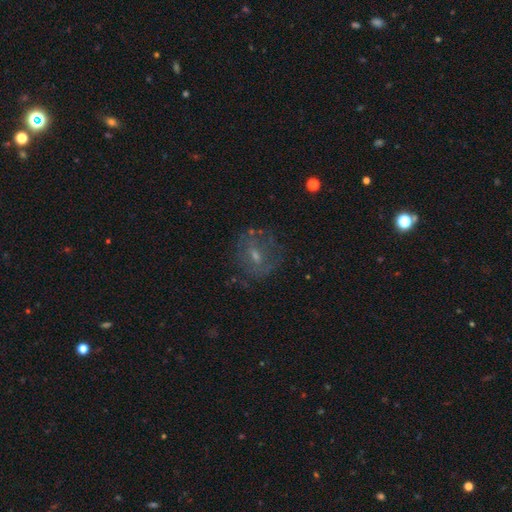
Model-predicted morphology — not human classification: This is possibly a featured or disk galaxy (53%). It is clearly not viewed edge-on (94%). Merging: likely none (64%).